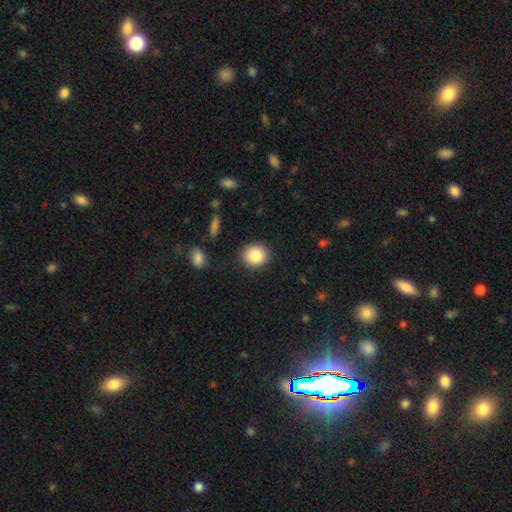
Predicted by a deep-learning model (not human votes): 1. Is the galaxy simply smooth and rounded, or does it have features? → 86% smooth, 8% star or artifact, 6% featured or disk.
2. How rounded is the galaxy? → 79% round, 20% in between, 1% cigar-shaped.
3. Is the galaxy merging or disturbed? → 89% none, 7% minor disturbance, 2% major disturbance, 1% merger.